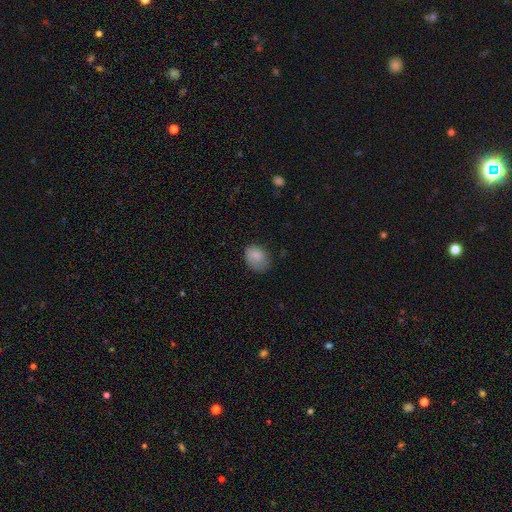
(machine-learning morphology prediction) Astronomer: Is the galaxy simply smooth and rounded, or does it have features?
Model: smooth — 83%.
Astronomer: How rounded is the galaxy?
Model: in between — 67%.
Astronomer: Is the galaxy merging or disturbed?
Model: none — 59%.